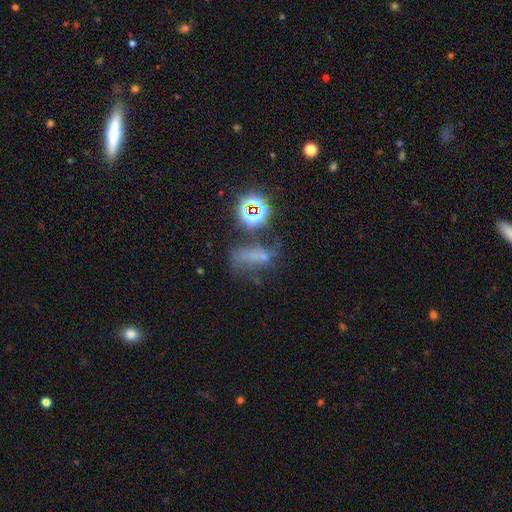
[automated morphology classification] This appears to be a smooth galaxy with no disk features (35%, tied with star or artifact). Merging: none (34%).